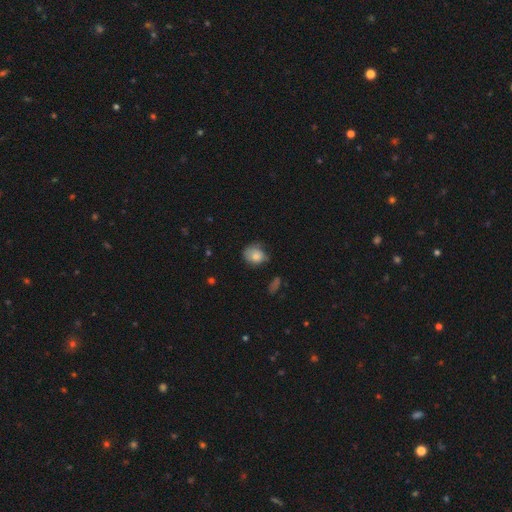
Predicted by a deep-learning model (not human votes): Overall: smooth (78%). How rounded: round (63%; in between 36%). Merging: none (51%; minor disturbance 34%).